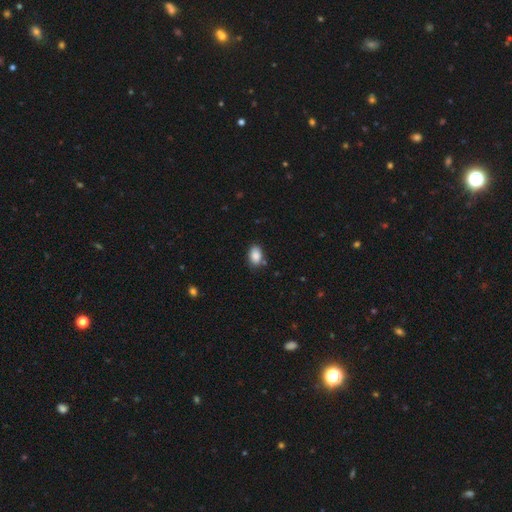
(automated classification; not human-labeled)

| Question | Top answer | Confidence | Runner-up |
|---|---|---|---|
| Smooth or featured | smooth | 88% | star or artifact (8%) |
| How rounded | in between | 86% | round (12%) |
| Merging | none | 78% | minor disturbance (15%) |